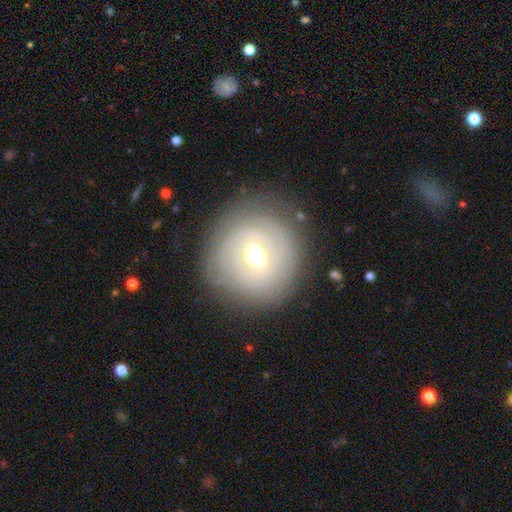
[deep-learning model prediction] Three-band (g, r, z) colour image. It shows a featured or disk galaxy (70%) with a weak bar (50%), spiral arms (64%) and a moderate central bulge (73%). Merging: none (82%).